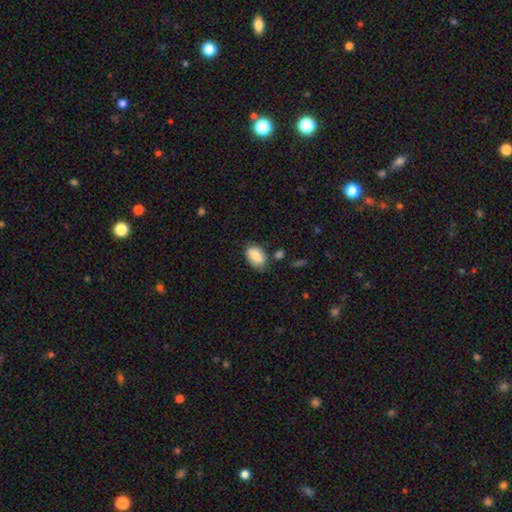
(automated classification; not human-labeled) Overall: smooth (75%). How rounded: in between (89%). Merging: none (62%; minor disturbance 26%).